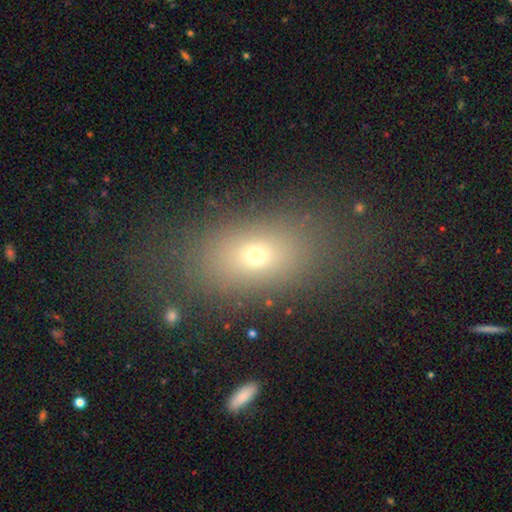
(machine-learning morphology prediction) Smooth or featured? smooth (65%)
How rounded? in between (77%)
Merging? none (79%)